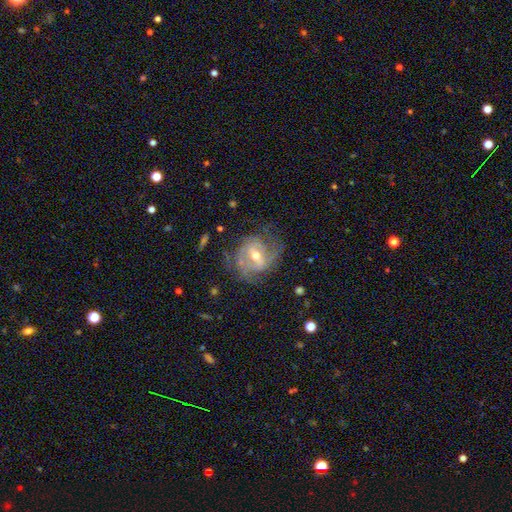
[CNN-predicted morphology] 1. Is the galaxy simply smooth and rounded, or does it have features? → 80% featured or disk, 13% smooth, 6% star or artifact.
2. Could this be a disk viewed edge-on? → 96% no, 4% yes.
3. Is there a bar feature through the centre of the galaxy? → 46% weak, 36% strong, 18% no.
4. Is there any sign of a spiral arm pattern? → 85% yes, 15% no.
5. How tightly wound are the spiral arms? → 41% medium, 40% tight, 19% loose.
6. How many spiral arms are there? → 46% 2, 29% can't tell, 12% 3, 6% 1, 3% 4, 3% more than 4.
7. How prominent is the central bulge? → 62% moderate, 33% small, 3% large, 1% none, 1% dominant.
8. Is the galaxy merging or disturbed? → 56% none, 22% minor disturbance, 19% major disturbance, 2% merger.